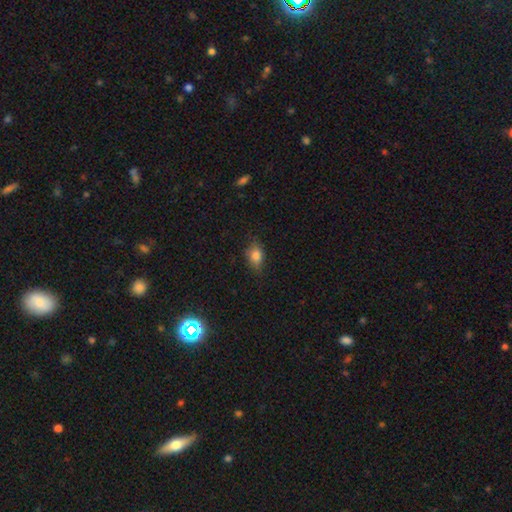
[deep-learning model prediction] Q: Smooth or featured?
A: smooth (79%); runner-up: featured or disk (11%)
Q: How rounded?
A: in between (75%); runner-up: round (21%)
Q: Merging?
A: none (70%); runner-up: minor disturbance (23%)